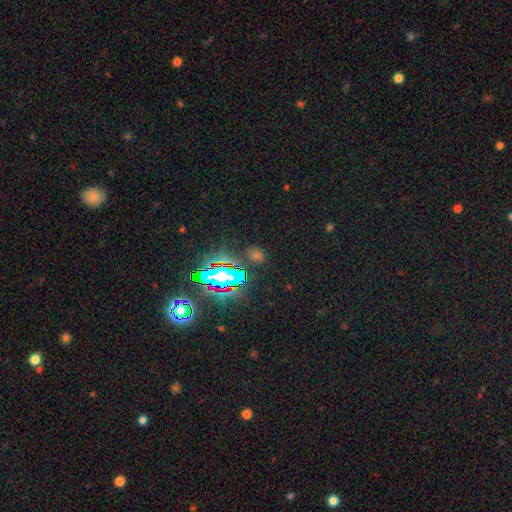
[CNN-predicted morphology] A star or artifact, not a galaxy (58%).

Vote fractions:
- Smooth or featured? star or artifact: 58% / smooth: 33% / featured or disk: 10%